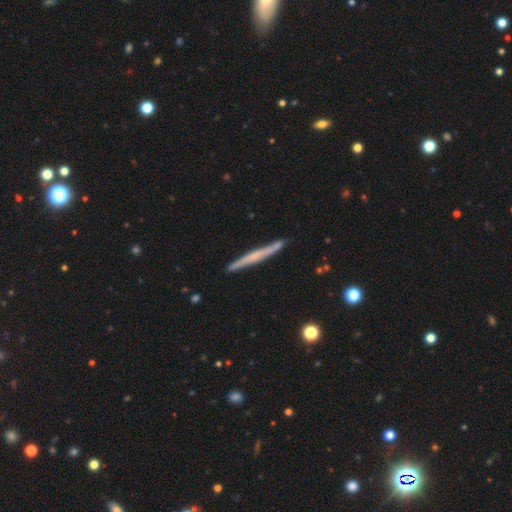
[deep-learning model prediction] This appears to be a featured or disk galaxy (52%) viewed edge-on (97%) with no central bulge (72%). Merging: none (89%).